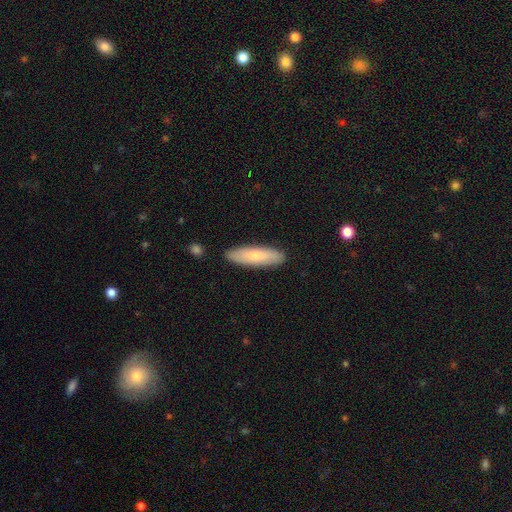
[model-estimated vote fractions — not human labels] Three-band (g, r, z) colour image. It shows a smooth galaxy with no disk features (72%) that is cigar-shaped (64%). Merging: none (88%).